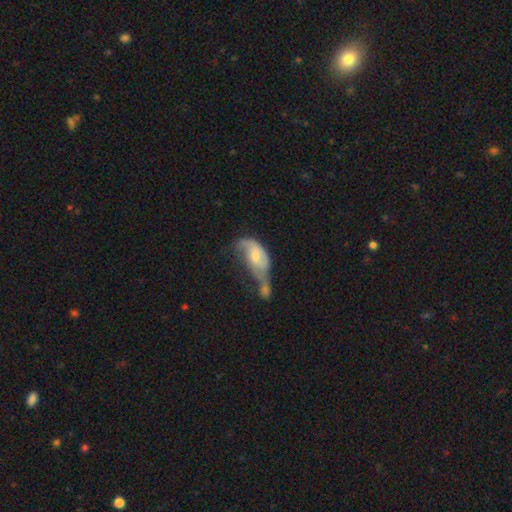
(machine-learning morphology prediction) smooth-or-featured: featured or disk: 51% | smooth: 42% | star or artifact: 7%
  disk-edge-on: no: 93% | yes: 7%
  merging: merger: 48% | major disturbance: 27% | minor disturbance: 14% | none: 11%